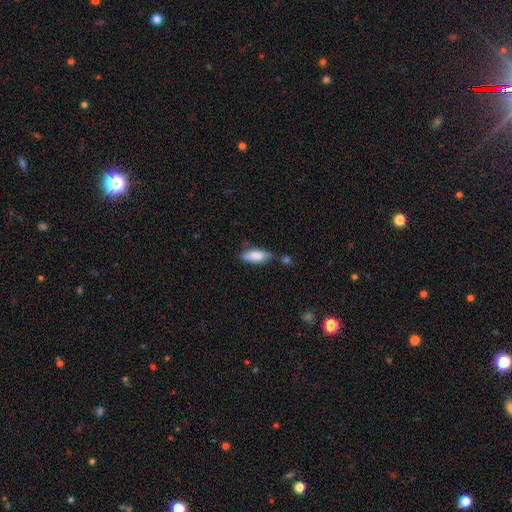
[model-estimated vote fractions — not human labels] smooth-or-featured: smooth: 82% | featured or disk: 12% | star or artifact: 6%
  how-rounded: in between: 73% | cigar-shaped: 25% | round: 2%
  merging: none: 54% | minor disturbance: 25% | merger: 15% | major disturbance: 7%